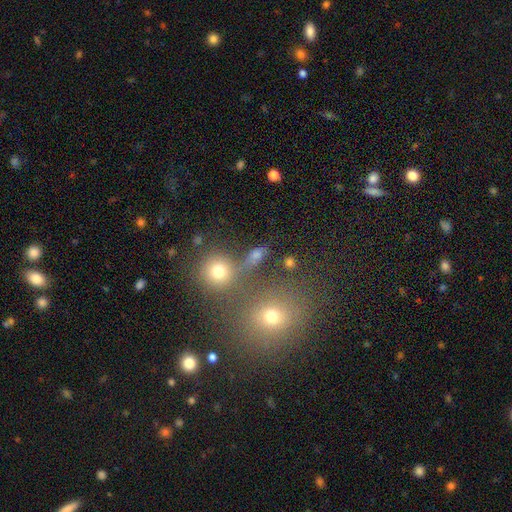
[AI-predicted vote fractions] Q: Smooth or featured?
A: smooth (69%); runner-up: star or artifact (18%)
Q: How rounded?
A: in between (51%); runner-up: round (40%)
Q: Merging?
A: none (56%); runner-up: merger (20%)